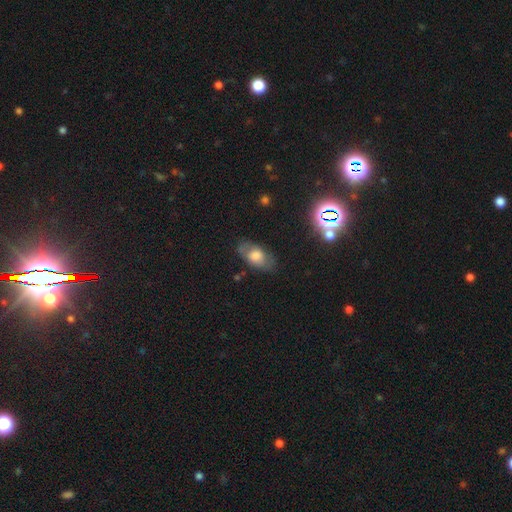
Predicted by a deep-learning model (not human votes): The model was most divided on "smooth or featured": smooth: 59%, featured or disk: 31%, star or artifact: 11%. More confident: how rounded — in between (89%); merging — none (74%).